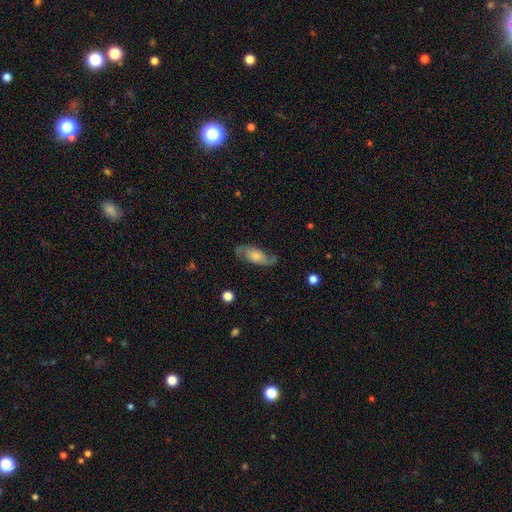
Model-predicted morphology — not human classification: A featured or disk galaxy (67%) with no bar (72%), 2 (86%) medium (43%) spiral arms (89%) and a moderate central bulge (47%).

Vote fractions:
- Smooth or featured? featured or disk: 67% / smooth: 25% / star or artifact: 8%
- Edge-on disk? no: 87% / yes: 13%
- Bar? no: 72% / weak: 23% / strong: 5%
- Spiral arms? yes: 89% / no: 11%
- Spiral winding? medium: 43% / loose: 36% / tight: 21%
- Spiral arm count? 2: 86% / can't tell: 8% / 1: 2% / 3: 1% / 4: 1% / more than 4: 1%
- Bulge size? moderate: 47% / small: 30% / large: 15% / none: 6% / dominant: 2%
- Merging? none: 77% / minor disturbance: 16% / major disturbance: 6% / merger: 1%